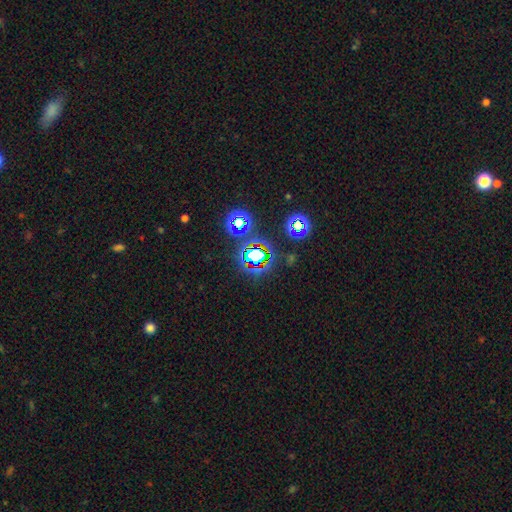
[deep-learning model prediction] This is likely a star or artifact rather than a galaxy (67%).